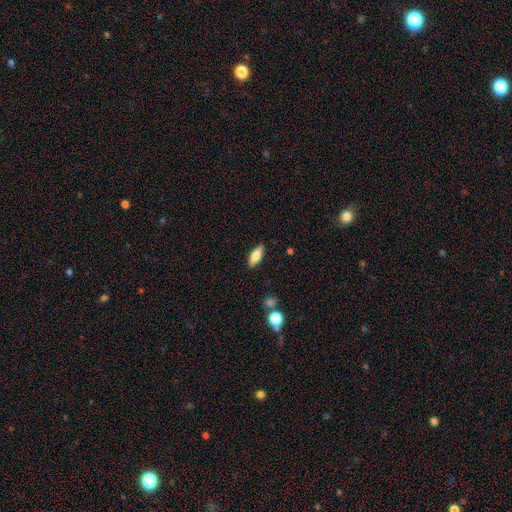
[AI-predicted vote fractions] Smooth or featured? smooth (70%)
How rounded? in between (64%)
Merging? none (87%)